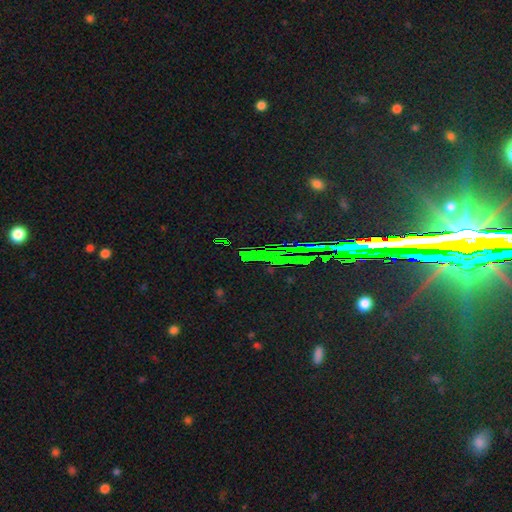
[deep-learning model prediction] This is clearly a star or artifact rather than a galaxy (81%).